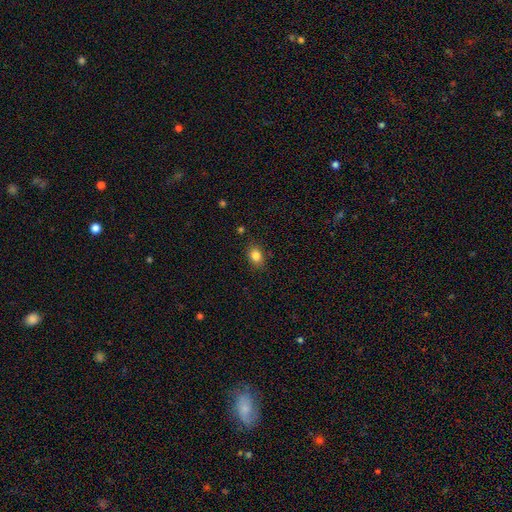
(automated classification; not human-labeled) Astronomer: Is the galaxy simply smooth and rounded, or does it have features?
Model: smooth — 83%.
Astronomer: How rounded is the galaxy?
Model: in between — 66%.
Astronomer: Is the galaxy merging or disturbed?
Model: none — 84%.